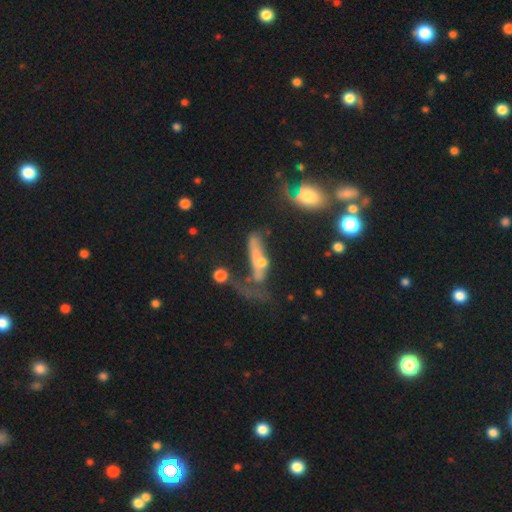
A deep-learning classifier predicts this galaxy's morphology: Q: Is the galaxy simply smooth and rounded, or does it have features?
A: featured or disk — 47%.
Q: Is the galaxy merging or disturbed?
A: major disturbance — 40%.